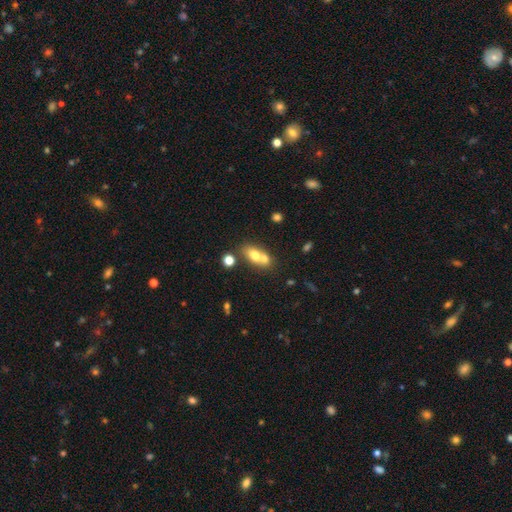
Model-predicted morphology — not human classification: A smooth galaxy with no disk features (68%) that is in between round and cigar-shaped (71%). Merging: merger (53%).